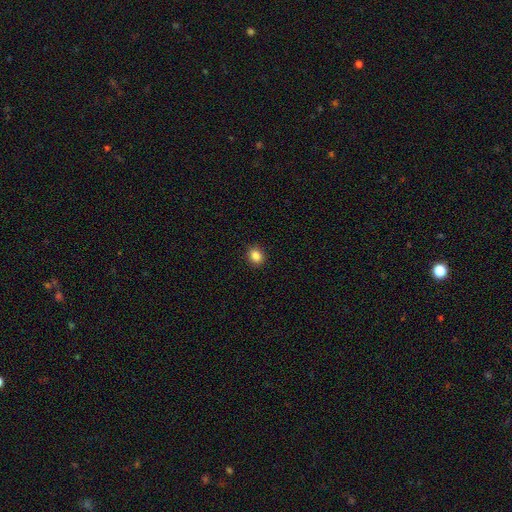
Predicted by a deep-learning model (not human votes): Morphology: type=smooth (86%); roundness=round (71%); merging=none (91%).